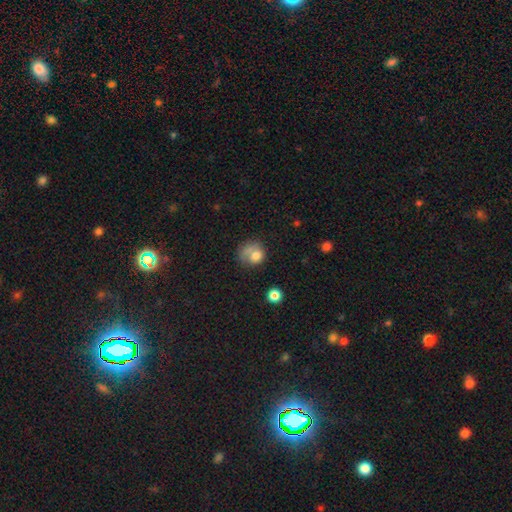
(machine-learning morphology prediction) Overall: smooth (71%). How rounded: round (66%; in between 33%). Merging: none (38%; major disturbance 25%).